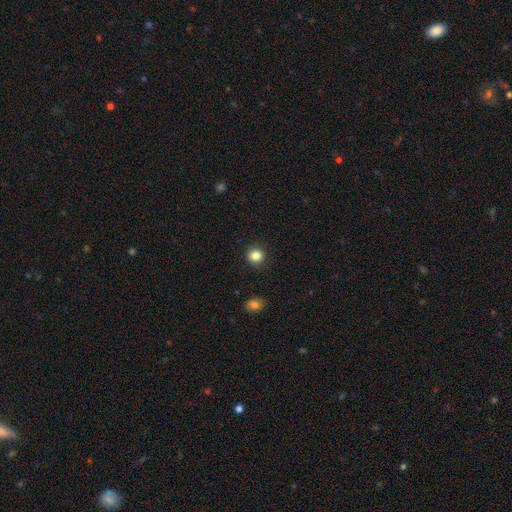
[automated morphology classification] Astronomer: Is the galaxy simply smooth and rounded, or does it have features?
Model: smooth — 85%.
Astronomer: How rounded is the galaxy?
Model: round — 88%.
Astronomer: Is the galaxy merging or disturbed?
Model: none — 90%.